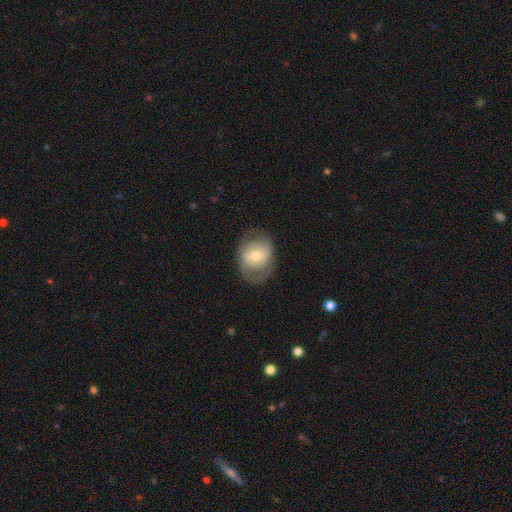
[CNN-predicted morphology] This appears to be a featured or disk galaxy (57%) with a weak bar (43%), spiral arms (74%) and a moderate central bulge (64%). Merging: none (67%).